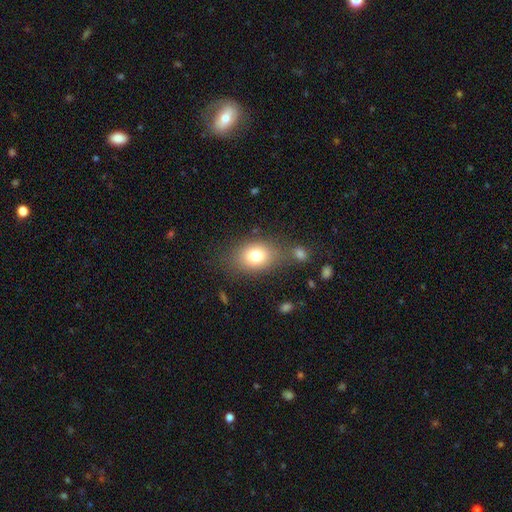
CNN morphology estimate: Smooth or featured?
  - smooth: 77% *
  - featured or disk: 13%
  - star or artifact: 11%
How rounded?
  - in between: 68% *
  - round: 31%
  - cigar-shaped: 1%
Merging?
  - none: 65% *
  - minor disturbance: 15%
  - merger: 13%
  - major disturbance: 7%